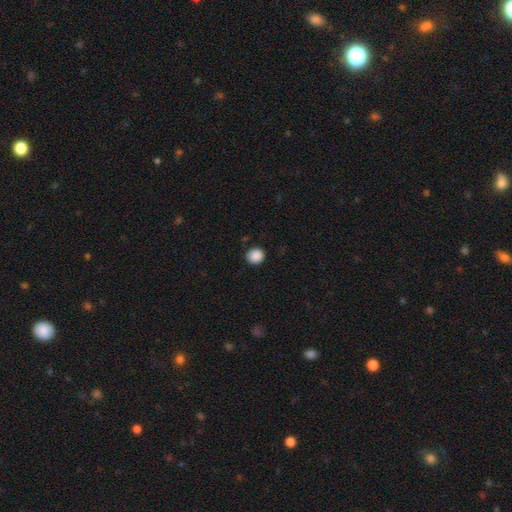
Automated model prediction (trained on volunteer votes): Overall: smooth (89%). How rounded: round (86%). Merging: none (89%).